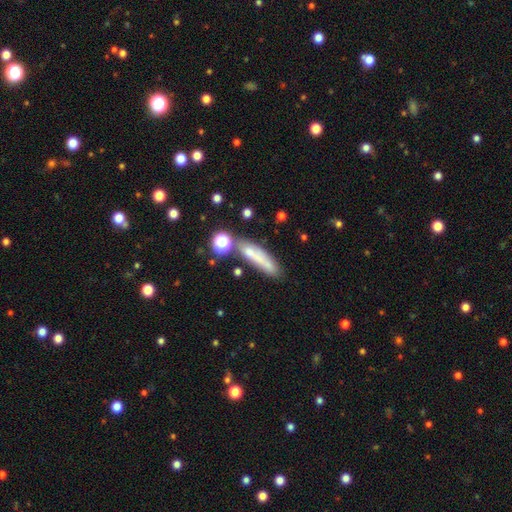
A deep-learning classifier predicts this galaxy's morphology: Q: Smooth or featured?
A: smooth (56%); runner-up: featured or disk (29%)
Q: How rounded?
A: cigar-shaped (73%); runner-up: in between (22%)
Q: Merging?
A: none (54%); runner-up: minor disturbance (20%)